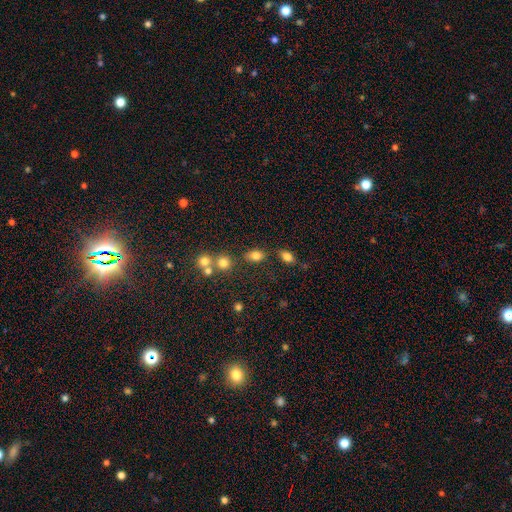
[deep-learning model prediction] Q: Smooth or featured?
A: smooth (79%); runner-up: star or artifact (12%)
Q: How rounded?
A: in between (80%); runner-up: round (17%)
Q: Merging?
A: none (73%); runner-up: minor disturbance (13%)